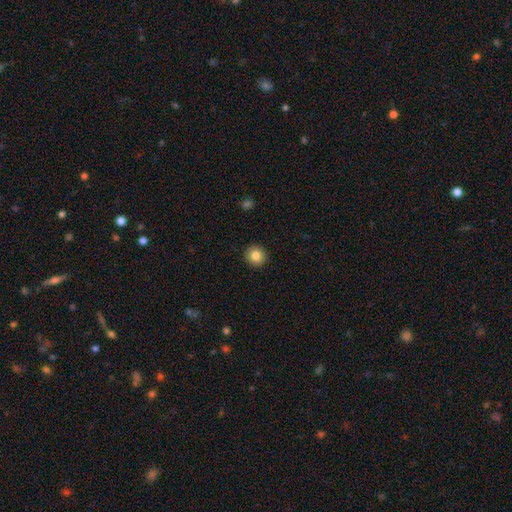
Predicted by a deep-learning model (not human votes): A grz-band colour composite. It shows a smooth galaxy with no disk features (83%) that is round (92%). Merging: none (92%).